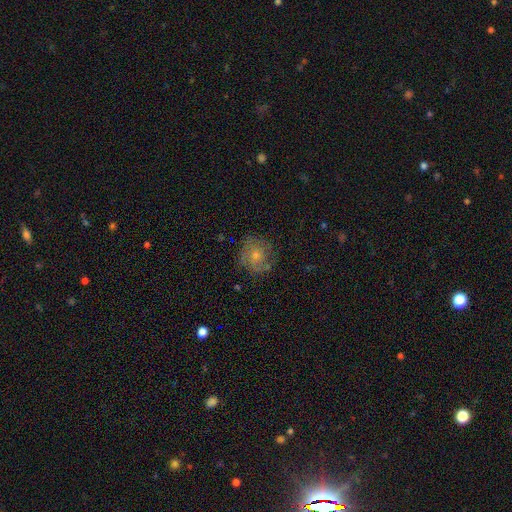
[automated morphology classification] type=featured or disk (49%); merging=none (70%).